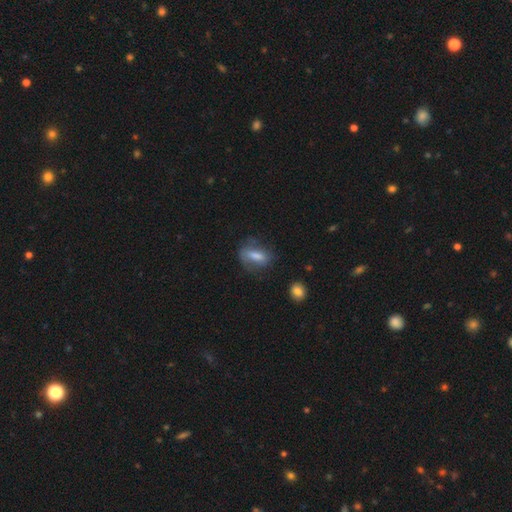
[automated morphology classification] smooth_or_featured: smooth (p=0.67) [alt: featured or disk p=0.24]
how_rounded: in between (p=0.73) [alt: cigar-shaped p=0.18]
merging: none (p=0.59) [alt: minor disturbance p=0.24]